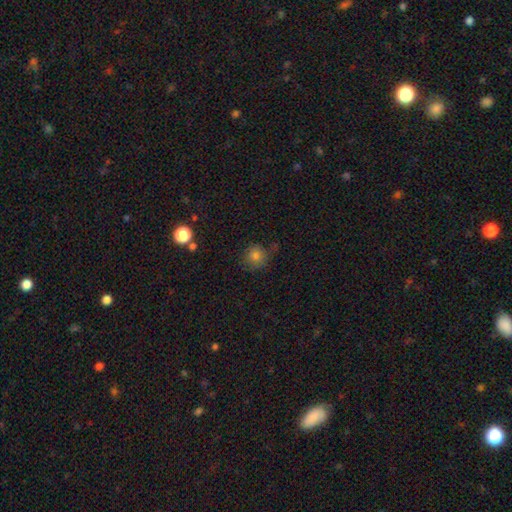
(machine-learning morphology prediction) Smooth or featured? Predicted: smooth (p=0.79). How rounded? Predicted: round (p=0.91). Merging? Predicted: none (p=0.76).